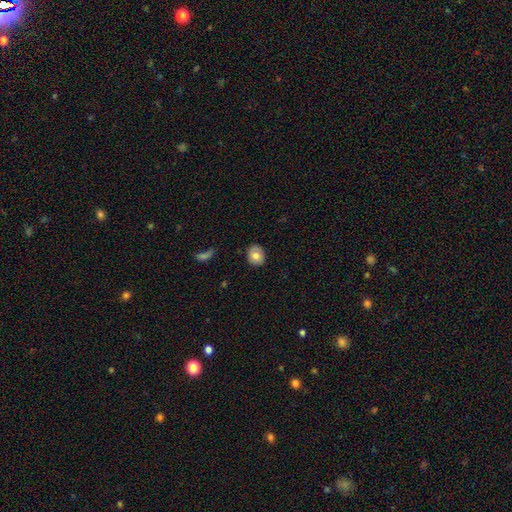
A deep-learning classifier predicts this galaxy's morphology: Smooth or featured?
  - smooth: 78% *
  - featured or disk: 14%
  - star or artifact: 8%
How rounded?
  - round: 65% *
  - in between: 34%
  - cigar-shaped: 1%
Merging?
  - none: 83% *
  - minor disturbance: 13%
  - major disturbance: 3%
  - merger: 1%